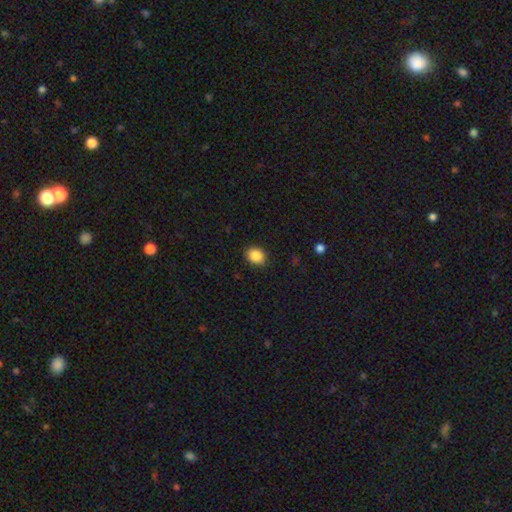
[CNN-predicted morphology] Smooth or featured?
  - smooth: 88% *
  - star or artifact: 9%
  - featured or disk: 3%
How rounded?
  - round: 52% *
  - in between: 47%
  - cigar-shaped: 1%
Merging?
  - none: 88% *
  - minor disturbance: 9%
  - major disturbance: 2%
  - merger: 1%